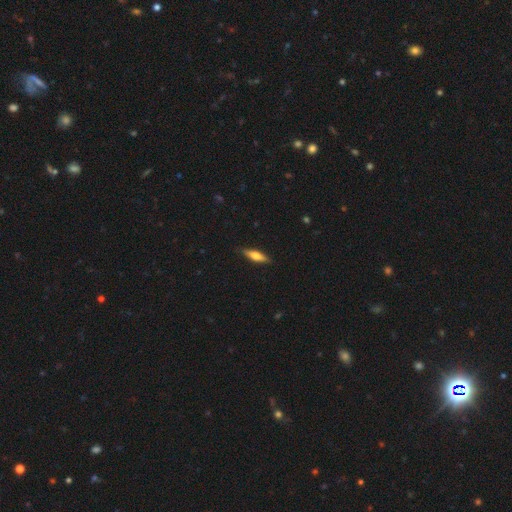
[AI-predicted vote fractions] A smooth galaxy with no disk features (54%) that is cigar-shaped (66%).

Vote fractions:
- Smooth or featured? smooth: 54% / featured or disk: 40% / star or artifact: 6%
- How rounded? cigar-shaped: 66% / in between: 32% / round: 2%
- Merging? none: 88% / minor disturbance: 9% / major disturbance: 2% / merger: 1%